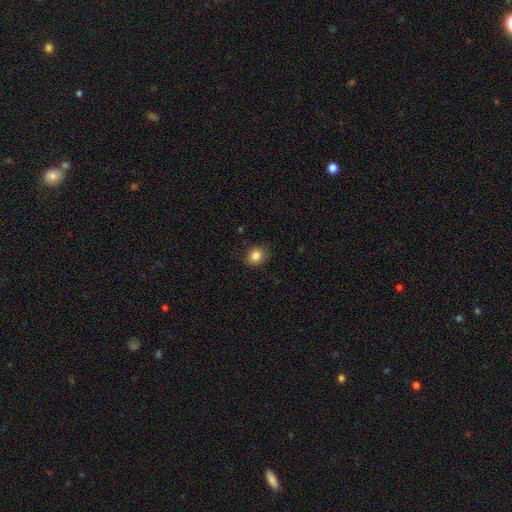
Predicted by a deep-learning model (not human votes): Q: Smooth or featured?
A: smooth (84%); runner-up: star or artifact (10%)
Q: How rounded?
A: round (62%); runner-up: in between (37%)
Q: Merging?
A: none (85%); runner-up: minor disturbance (12%)